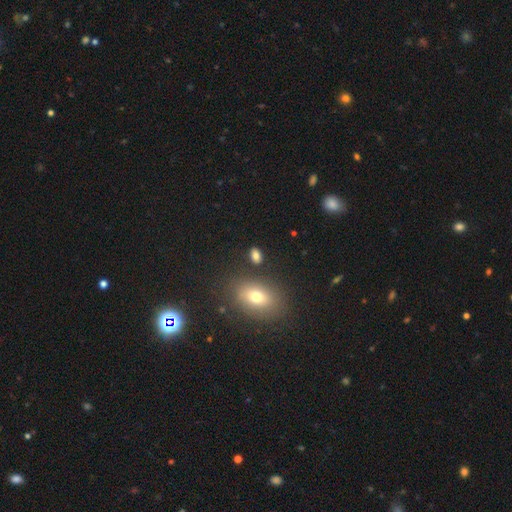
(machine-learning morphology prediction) A smooth galaxy with no disk features (80%) that is in between round and cigar-shaped (82%).

Vote fractions:
- Smooth or featured? smooth: 80% / star or artifact: 12% / featured or disk: 7%
- How rounded? in between: 82% / round: 15% / cigar-shaped: 3%
- Merging? none: 79% / minor disturbance: 11% / merger: 6% / major disturbance: 4%